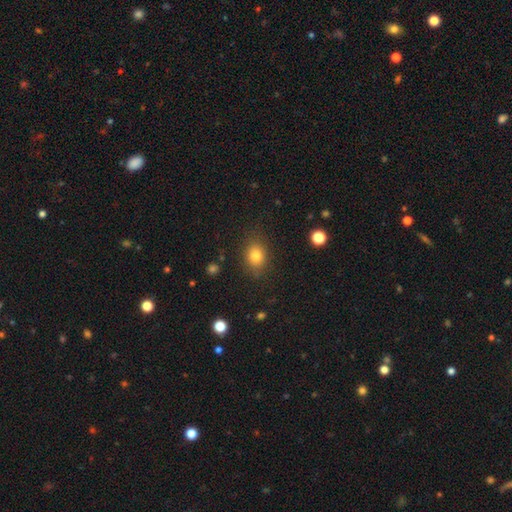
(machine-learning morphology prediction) This is clearly a smooth galaxy (80%). How rounded: possibly in between (54%). Merging: clearly none (82%).